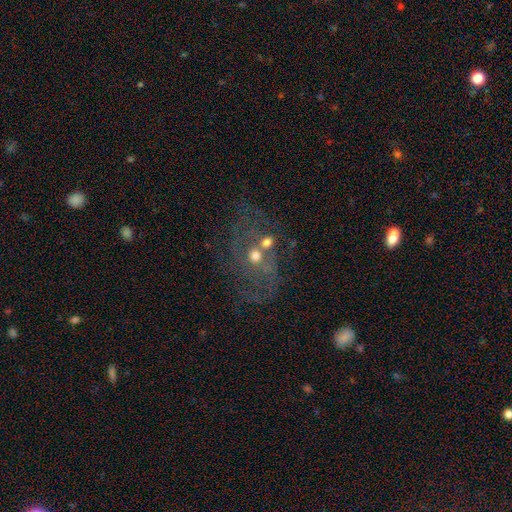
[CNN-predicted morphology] Q: Smooth or featured?
A: featured or disk (53%); runner-up: smooth (31%)
Q: Edge-on disk?
A: no (96%); runner-up: yes (4%)
Q: Bar?
A: no (84%); runner-up: weak (13%)
Q: Spiral arms?
A: no (50%); tied with: yes (50%)
Q: Bulge size?
A: moderate (57%); runner-up: small (31%)
Q: Merging?
A: none (36%); tied with: merger (36%)